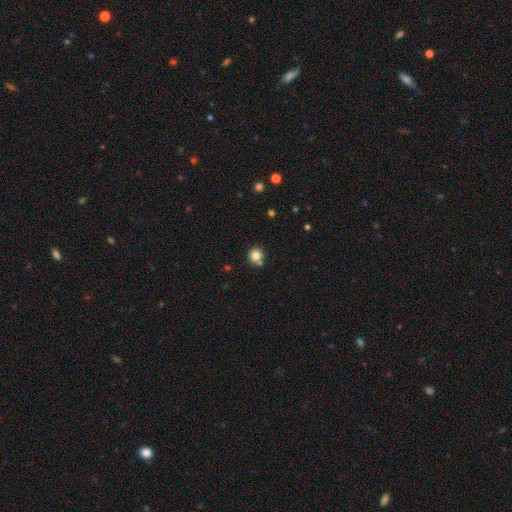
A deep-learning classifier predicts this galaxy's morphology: Q: Smooth or featured?
A: smooth (82%); runner-up: star or artifact (12%)
Q: How rounded?
A: round (91%); runner-up: in between (8%)
Q: Merging?
A: none (73%); runner-up: merger (14%)